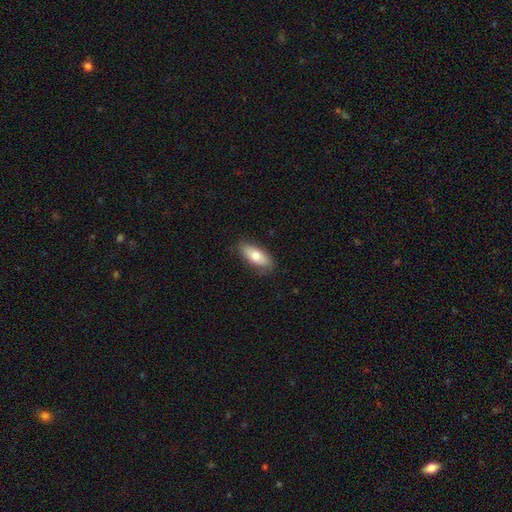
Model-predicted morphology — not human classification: Q: Smooth or featured?
A: smooth (73%); runner-up: featured or disk (21%)
Q: How rounded?
A: in between (80%); runner-up: cigar-shaped (17%)
Q: Merging?
A: none (82%); runner-up: minor disturbance (15%)